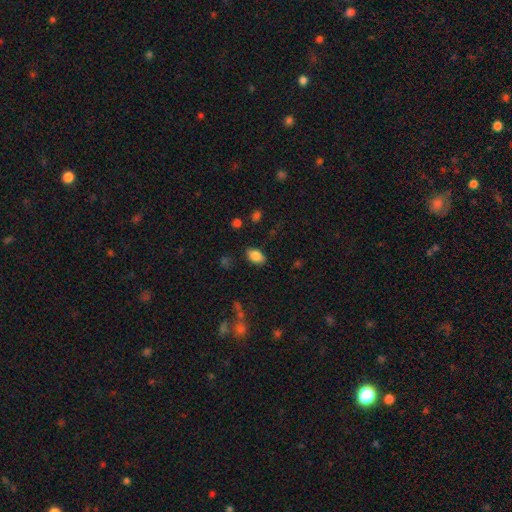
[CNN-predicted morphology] Smooth or featured? Predicted: smooth (p=0.85). How rounded? Predicted: in between (p=0.89). Merging? Predicted: none (p=0.83).